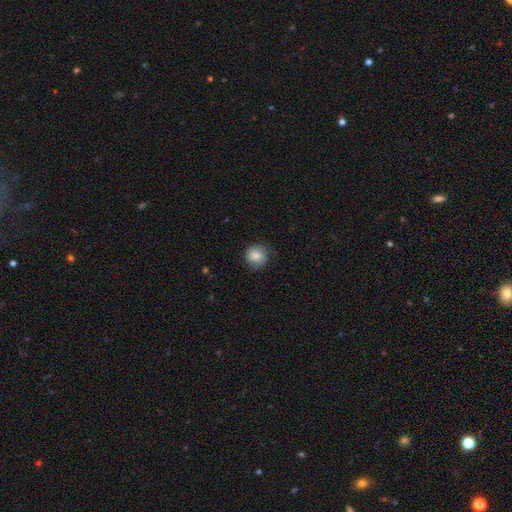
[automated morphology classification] Smooth or featured?
  - smooth: 82% *
  - featured or disk: 10%
  - star or artifact: 8%
How rounded?
  - round: 87% *
  - in between: 12%
  - cigar-shaped: 1%
Merging?
  - none: 79% *
  - minor disturbance: 16%
  - major disturbance: 4%
  - merger: 1%